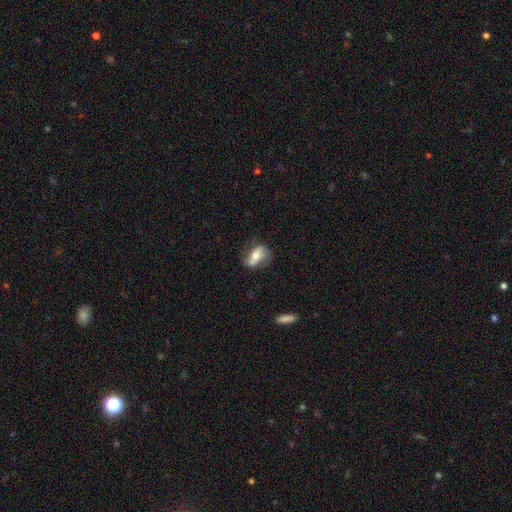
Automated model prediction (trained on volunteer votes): smooth_or_featured: featured or disk (p=0.52) [alt: smooth p=0.41]
disk_edge_on: no (p=0.89) [alt: yes p=0.11]
merging: none (p=0.63) [alt: minor disturbance p=0.24]